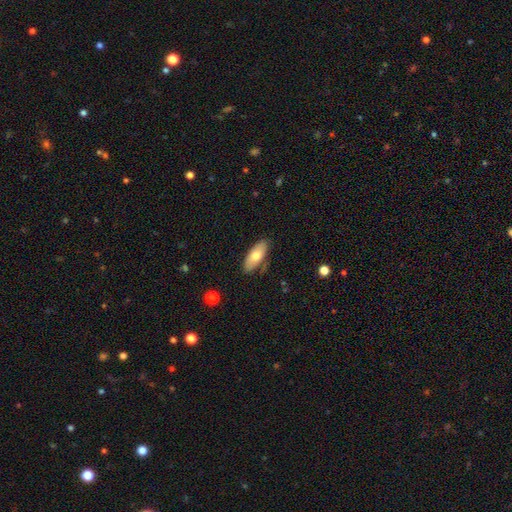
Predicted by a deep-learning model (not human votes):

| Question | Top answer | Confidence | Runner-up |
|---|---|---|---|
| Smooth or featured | smooth | 68% | featured or disk (26%) |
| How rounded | in between | 86% | cigar-shaped (12%) |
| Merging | none | 80% | minor disturbance (15%) |